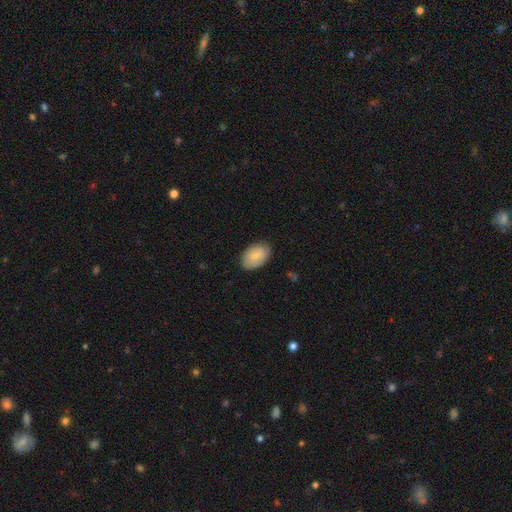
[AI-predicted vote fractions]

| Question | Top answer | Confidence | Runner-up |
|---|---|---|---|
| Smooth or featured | smooth | 77% | featured or disk (17%) |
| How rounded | in between | 90% | round (9%) |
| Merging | none | 83% | minor disturbance (14%) |